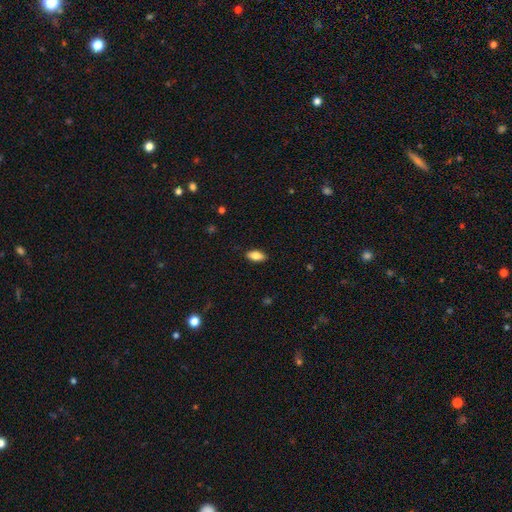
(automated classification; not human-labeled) smooth_or_featured: smooth (p=0.80) [alt: featured or disk p=0.13]
how_rounded: in between (p=0.87) [alt: cigar-shaped p=0.10]
merging: none (p=0.87) [alt: minor disturbance p=0.10]